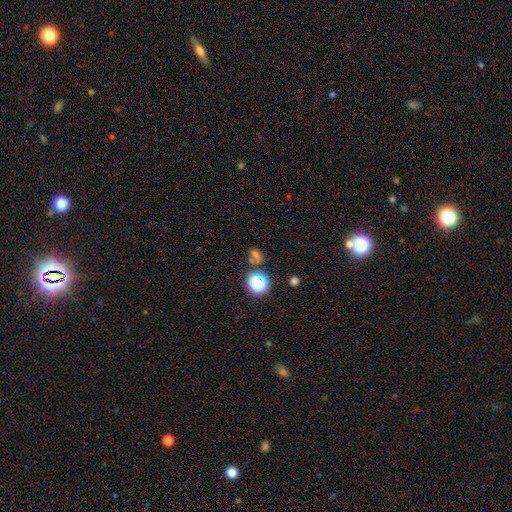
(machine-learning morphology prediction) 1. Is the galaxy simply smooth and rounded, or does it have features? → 51% star or artifact, 39% smooth, 10% featured or disk.